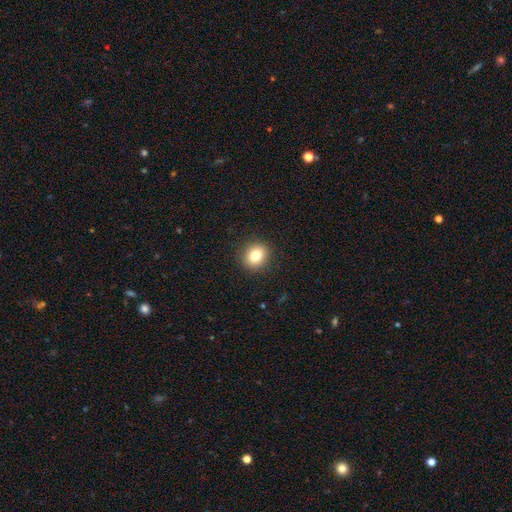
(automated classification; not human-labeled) A smooth galaxy with no disk features (81%) that is round (73%). Merging: none (90%).